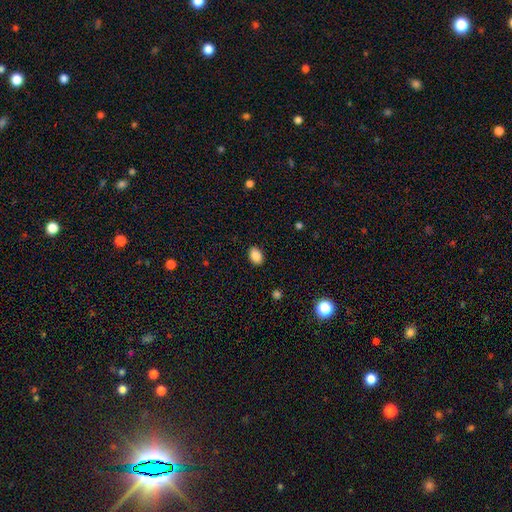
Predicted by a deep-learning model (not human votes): Overall: smooth (87%). How rounded: in between (83%). Merging: none (89%).